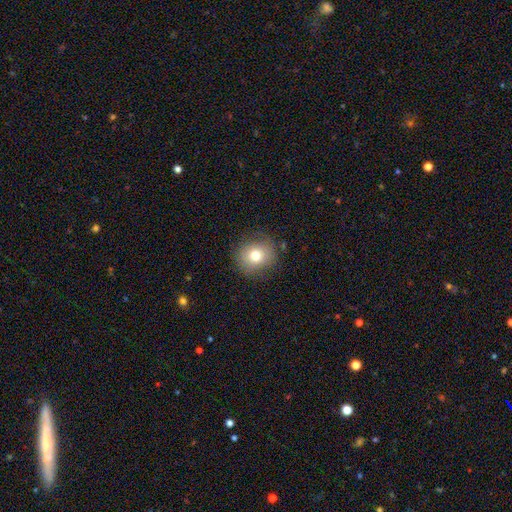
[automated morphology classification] Smooth or featured? smooth (76%)
How rounded? round (83%)
Merging? none (83%)